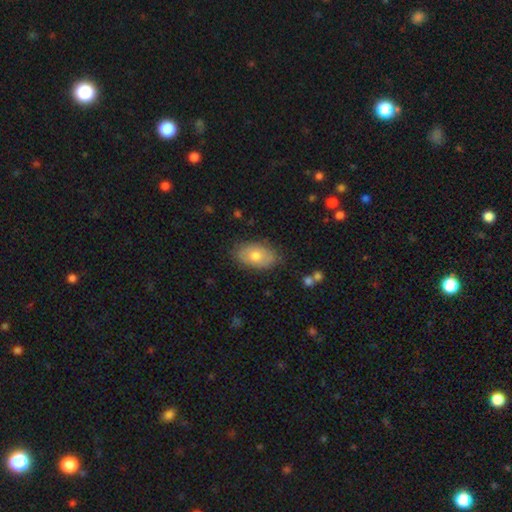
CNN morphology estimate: This appears to be a smooth galaxy with no disk features (68%) that is in between round and cigar-shaped (92%). Merging: none (81%).